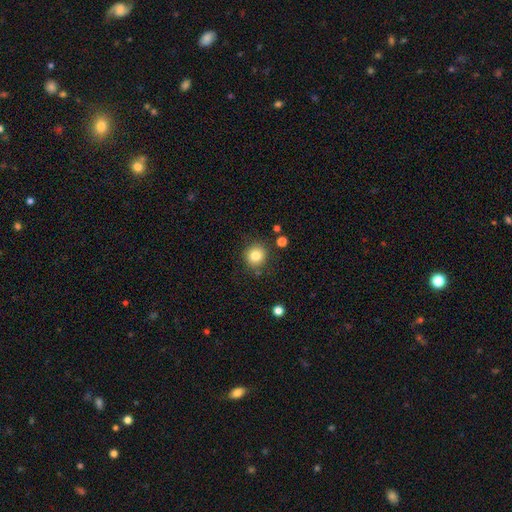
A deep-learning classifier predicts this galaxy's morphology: Smooth or featured: smooth — 82% (star or artifact — 11%)
How rounded: round — 89% (in between — 10%)
Merging: none — 85% (minor disturbance — 9%)